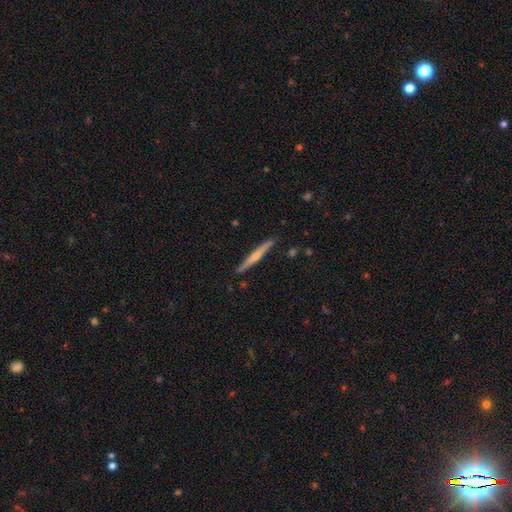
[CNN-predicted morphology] This appears to be a featured or disk galaxy (66%) viewed edge-on (98%) with a rounded central bulge (78%). Merging: none (91%).